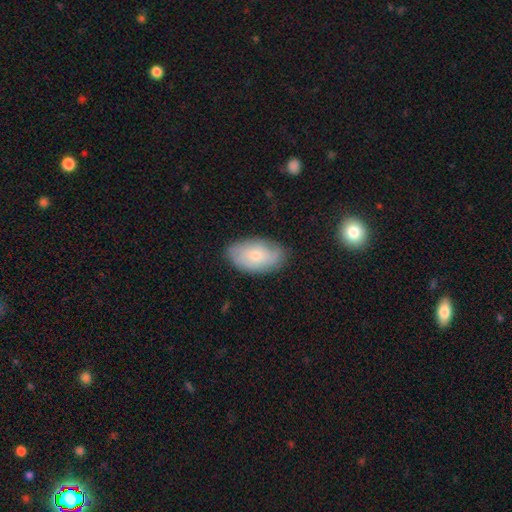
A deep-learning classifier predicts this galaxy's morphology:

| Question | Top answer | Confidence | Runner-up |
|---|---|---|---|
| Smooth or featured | smooth | 58% | featured or disk (35%) |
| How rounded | in between | 93% | round (5%) |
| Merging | none | 78% | minor disturbance (17%) |